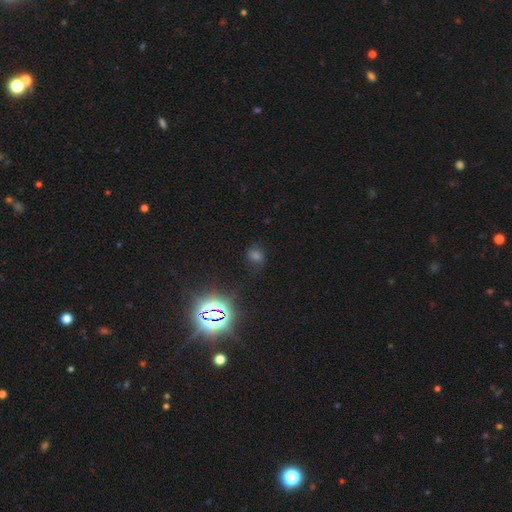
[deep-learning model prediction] smooth-or-featured: star or artifact: 55% | smooth: 35% | featured or disk: 10%